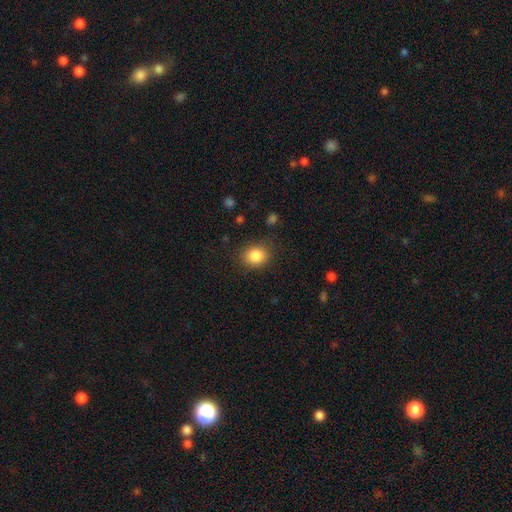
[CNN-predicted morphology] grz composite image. It shows a smooth galaxy with no disk features (85%) that is round (63%). Merging: none (83%).